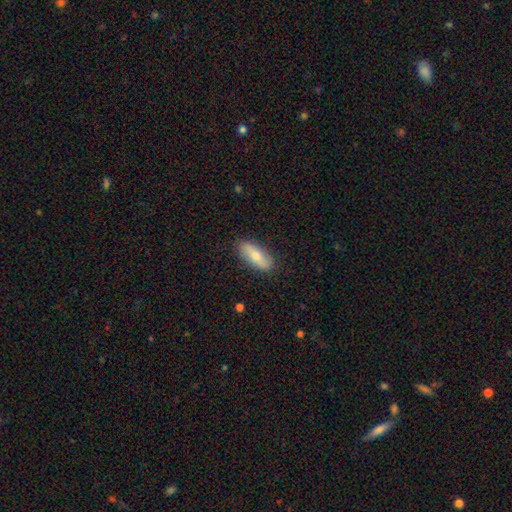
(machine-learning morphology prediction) smooth 67%, featured or disk 28%, star or artifact 6%. Down the decision tree: how rounded — in between (76%); merging — none (85%).